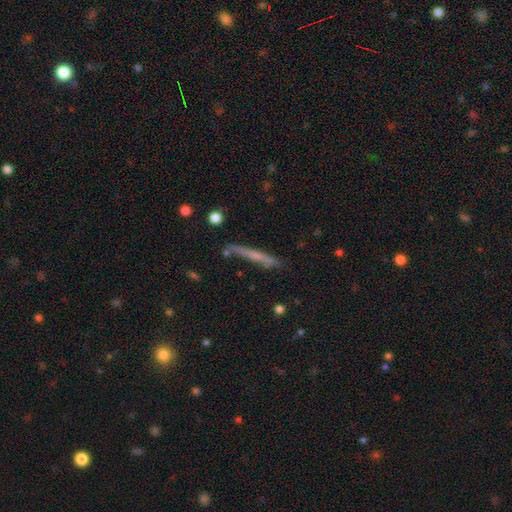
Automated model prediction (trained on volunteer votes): A featured or disk galaxy (48%).

Vote fractions:
- Smooth or featured? featured or disk: 48% / smooth: 44% / star or artifact: 8%
- Merging? none: 79% / minor disturbance: 15% / merger: 3% / major disturbance: 3%